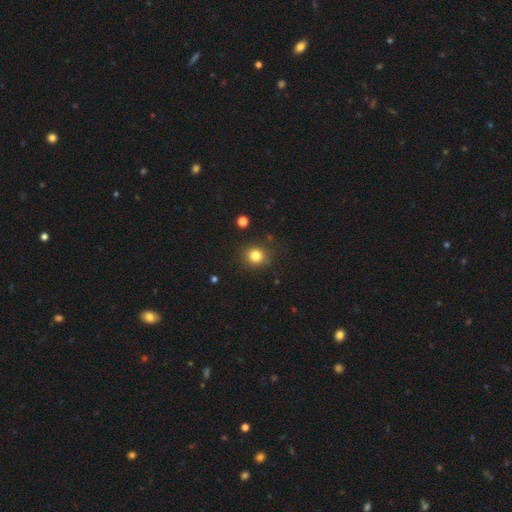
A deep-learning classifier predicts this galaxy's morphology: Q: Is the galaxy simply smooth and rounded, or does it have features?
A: smooth — 81%.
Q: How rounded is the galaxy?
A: round — 85%.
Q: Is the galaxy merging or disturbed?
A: none — 87%.